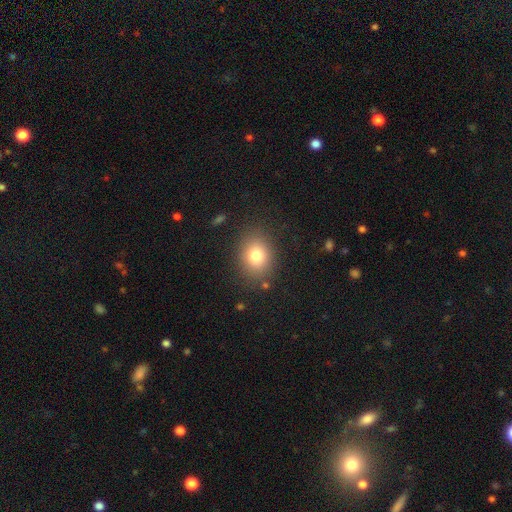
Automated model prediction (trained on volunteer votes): smooth_or_featured: smooth (p=0.78) [alt: star or artifact p=0.12]
how_rounded: round (p=0.52) [alt: in between p=0.47]
merging: none (p=0.84) [alt: minor disturbance p=0.10]